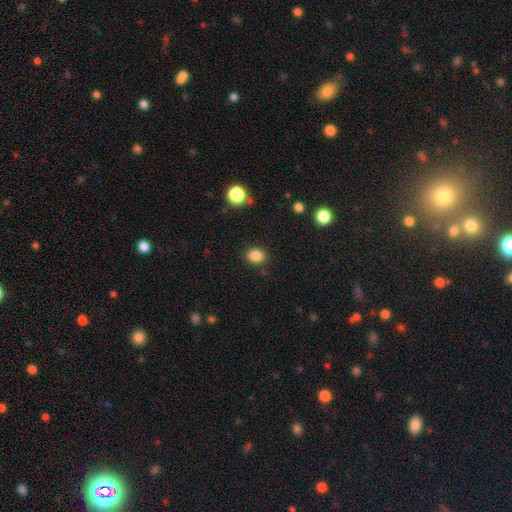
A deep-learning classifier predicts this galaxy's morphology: Smooth or featured: smooth — 85% (star or artifact — 11%)
How rounded: round — 62% (in between — 37%)
Merging: none — 87% (minor disturbance — 9%)